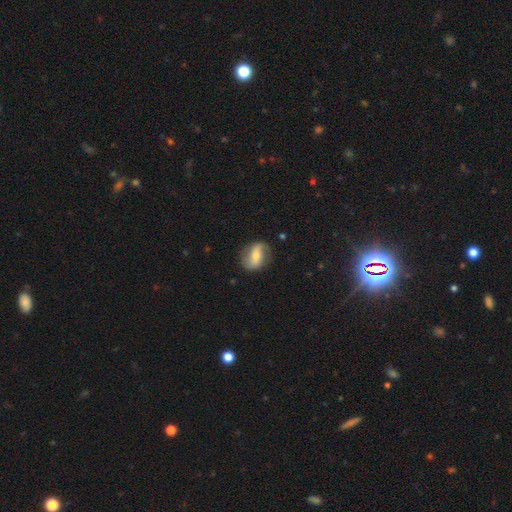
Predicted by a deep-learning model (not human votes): smooth_or_featured: featured or disk (p=0.58) [alt: smooth p=0.35]
disk_edge_on: no (p=0.92) [alt: yes p=0.08]
bar: strong (p=0.42) [alt: weak p=0.31]
has_spiral_arms: yes (p=0.76) [alt: no p=0.24]
bulge_size: moderate (p=0.50) [alt: small p=0.42]
merging: none (p=0.76) [alt: minor disturbance p=0.17]